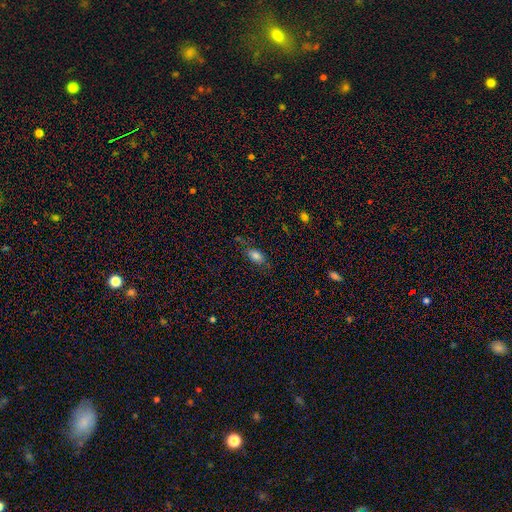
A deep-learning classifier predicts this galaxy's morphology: The model was most divided on "merging": none: 68%, minor disturbance: 22%, major disturbance: 8%, merger: 3%. More confident: how rounded — in between (86%); smooth or featured — smooth (78%).